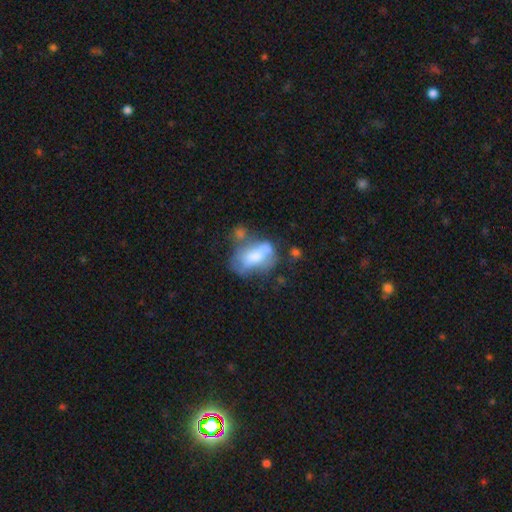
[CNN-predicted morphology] type=smooth (52%); roundness=in between (85%); merging=none (27%).